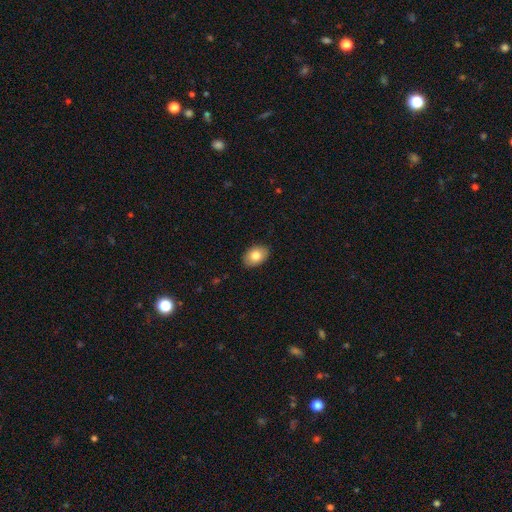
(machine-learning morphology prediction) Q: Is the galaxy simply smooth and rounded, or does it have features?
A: smooth — 81%.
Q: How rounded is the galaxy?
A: in between — 84%.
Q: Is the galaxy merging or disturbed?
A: none — 88%.